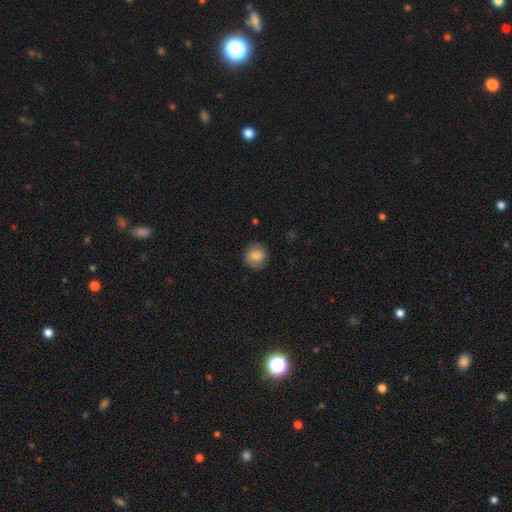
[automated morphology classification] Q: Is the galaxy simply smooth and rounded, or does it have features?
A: smooth — 83%.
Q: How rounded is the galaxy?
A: round — 88%.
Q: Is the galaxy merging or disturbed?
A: none — 85%.